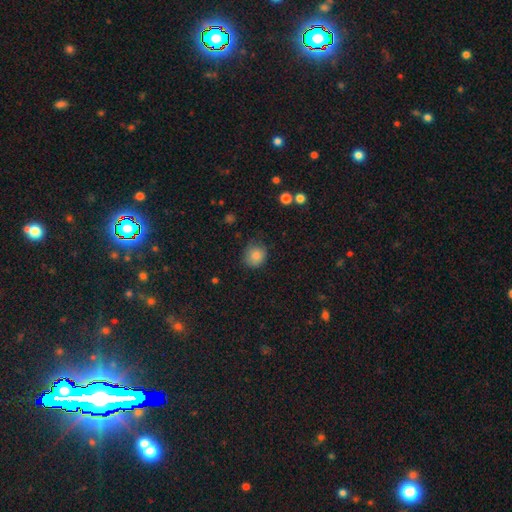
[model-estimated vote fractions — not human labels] smooth-or-featured: smooth: 85% | star or artifact: 10% | featured or disk: 5%
  how-rounded: round: 81% | in between: 18% | cigar-shaped: 1%
  merging: none: 70% | minor disturbance: 23% | major disturbance: 5% | merger: 1%